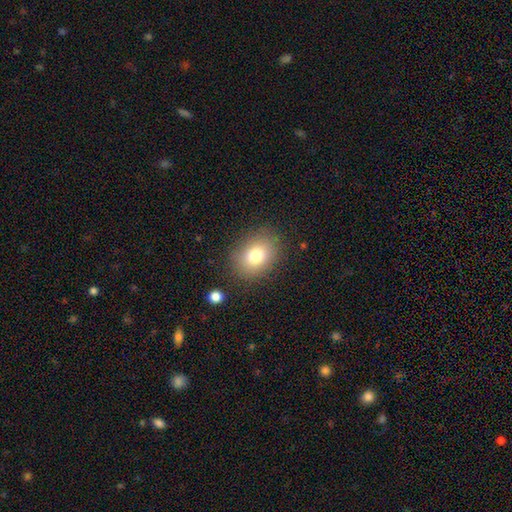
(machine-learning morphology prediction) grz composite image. It shows a smooth galaxy with no disk features (79%) that is in between round and cigar-shaped (62%). Merging: none (83%).